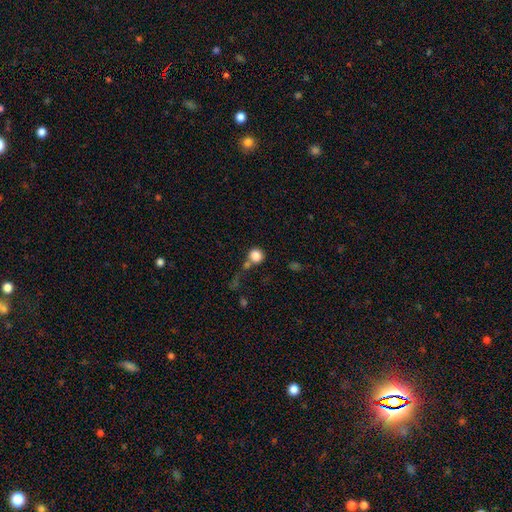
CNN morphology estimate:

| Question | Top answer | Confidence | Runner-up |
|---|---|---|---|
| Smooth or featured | smooth | 83% | star or artifact (10%) |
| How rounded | round | 91% | in between (8%) |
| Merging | none | 58% | merger (24%) |